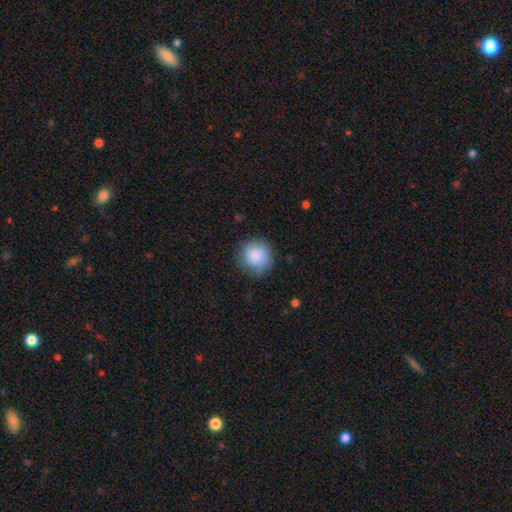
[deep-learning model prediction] This is clearly a smooth galaxy (88%). How rounded: clearly round (90%). Merging: clearly none (82%).